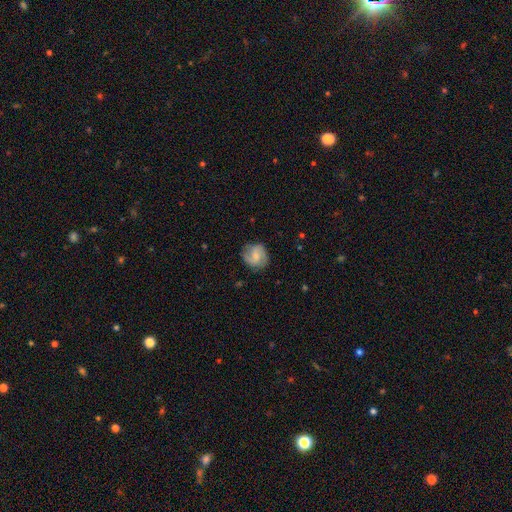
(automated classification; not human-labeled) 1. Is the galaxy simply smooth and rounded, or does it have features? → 59% featured or disk, 34% smooth, 7% star or artifact.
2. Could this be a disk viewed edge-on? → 98% no, 2% yes.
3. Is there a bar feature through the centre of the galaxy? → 46% weak, 45% no, 9% strong.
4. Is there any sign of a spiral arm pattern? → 91% yes, 9% no.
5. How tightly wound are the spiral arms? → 47% medium, 29% tight, 24% loose.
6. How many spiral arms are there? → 73% 2, 12% can't tell, 7% 3, 5% 1, 2% 4, 2% more than 4.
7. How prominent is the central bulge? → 46% small, 33% moderate, 16% none, 3% large, 1% dominant.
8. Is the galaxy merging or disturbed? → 74% none, 19% minor disturbance, 6% major disturbance, 1% merger.